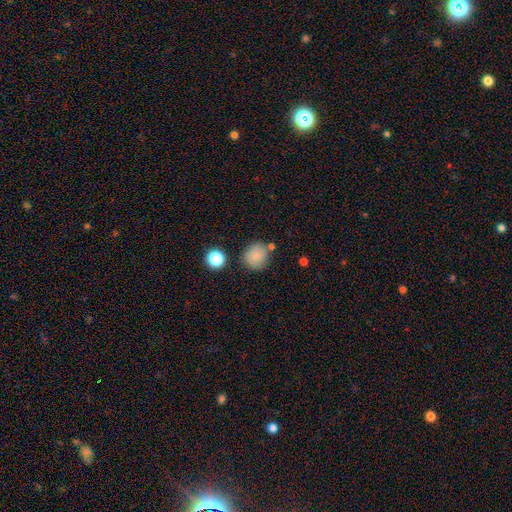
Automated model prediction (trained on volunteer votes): Smooth or featured? Predicted: smooth (p=0.82). How rounded? Predicted: round (p=0.87). Merging? Predicted: none (p=0.76).